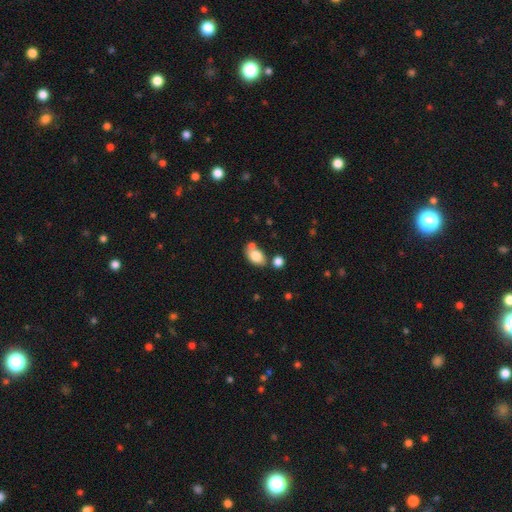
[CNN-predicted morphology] A smooth galaxy with no disk features (80%) that is in between round and cigar-shaped (87%).

Vote fractions:
- Smooth or featured? smooth: 80% / featured or disk: 11% / star or artifact: 8%
- How rounded? in between: 87% / round: 11% / cigar-shaped: 2%
- Merging? none: 54% / merger: 24% / minor disturbance: 16% / major disturbance: 5%